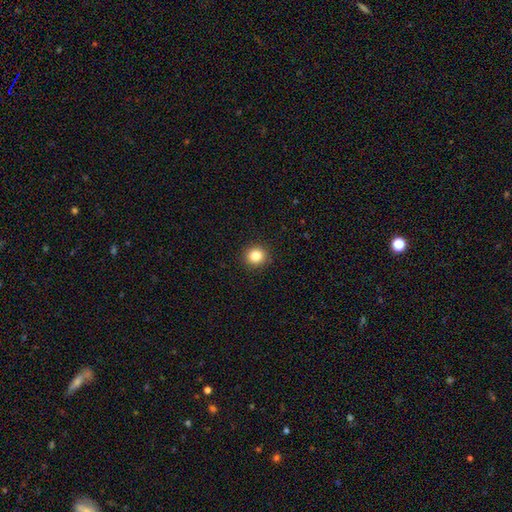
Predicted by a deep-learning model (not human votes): smooth 84%, star or artifact 11%, featured or disk 5%. Down the decision tree: how rounded — round (90%); merging — none (92%).